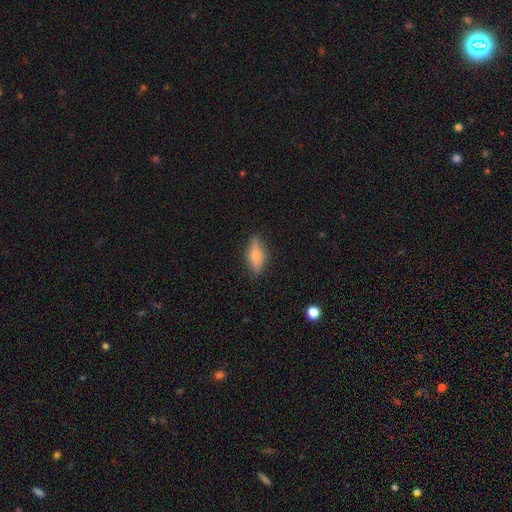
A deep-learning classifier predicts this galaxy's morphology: This appears to be a smooth galaxy with no disk features (64%) that is in between round and cigar-shaped (64%). Merging: none (81%).